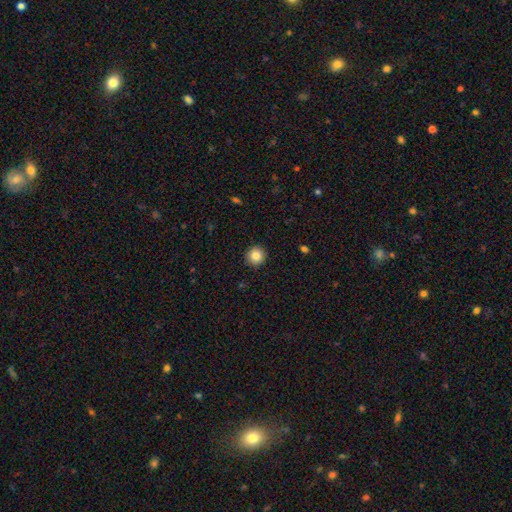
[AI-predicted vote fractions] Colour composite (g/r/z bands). It shows a smooth galaxy with no disk features (84%) that is round (95%). Merging: none (92%).